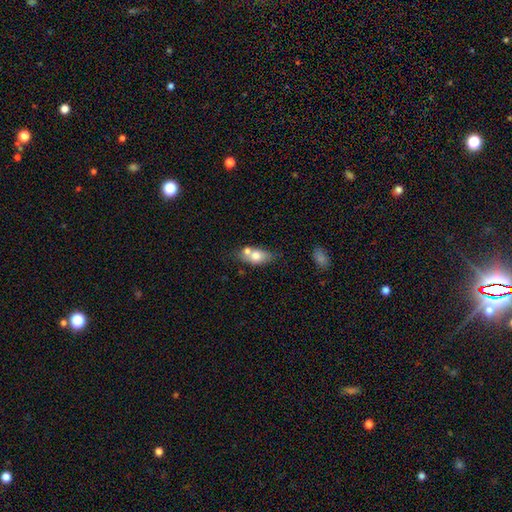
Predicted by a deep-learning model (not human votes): This is likely a smooth galaxy (70%). How rounded: likely in between (80%). Merging: possibly none (46%).